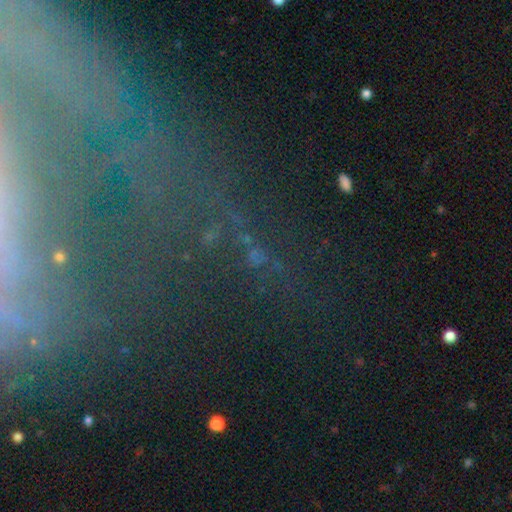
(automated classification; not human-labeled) Q: Smooth or featured?
A: star or artifact (66%); runner-up: smooth (20%)